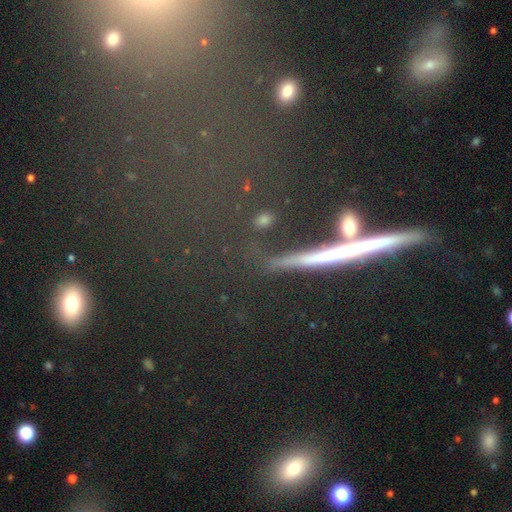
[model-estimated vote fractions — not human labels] Overall: star or artifact (47%; smooth 30%).